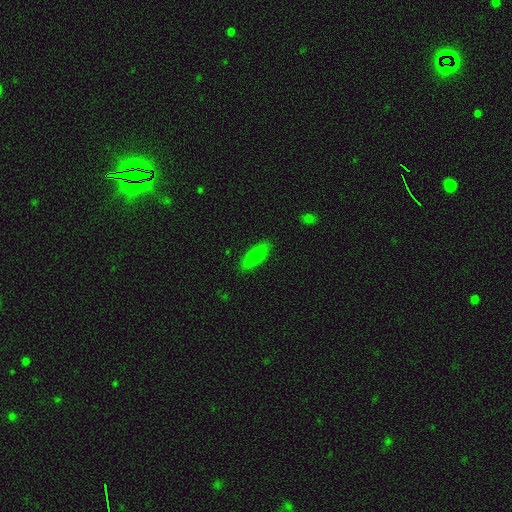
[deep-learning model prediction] A smooth galaxy with no disk features (83%) that is in between round and cigar-shaped (52%). Merging: none (85%).